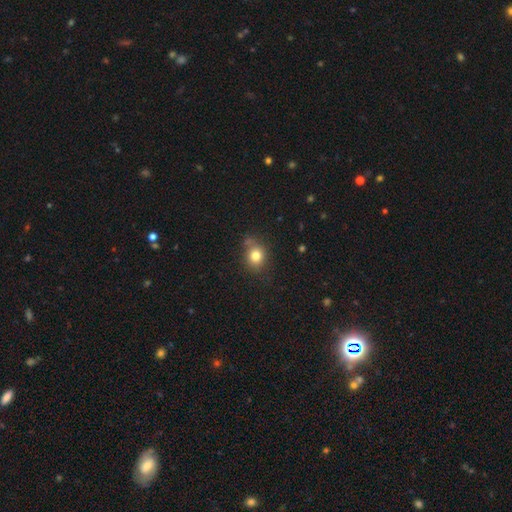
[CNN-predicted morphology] Q: Smooth or featured?
A: smooth (80%); runner-up: star or artifact (12%)
Q: How rounded?
A: round (66%); runner-up: in between (33%)
Q: Merging?
A: none (69%); runner-up: minor disturbance (20%)